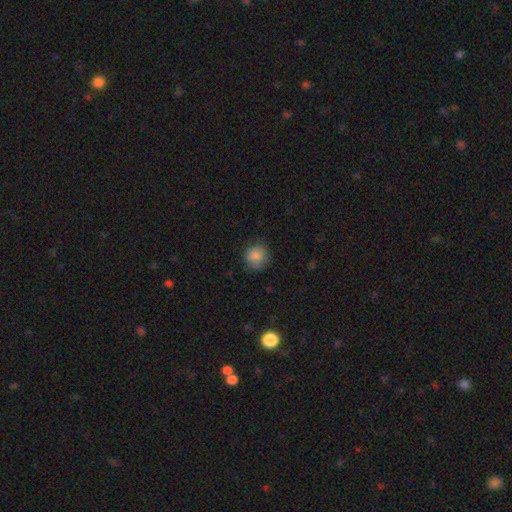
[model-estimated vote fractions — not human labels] The model was most divided on "merging": none: 81%, minor disturbance: 15%, major disturbance: 4%, merger: 1%. More confident: how rounded — round (89%); smooth or featured — smooth (86%).